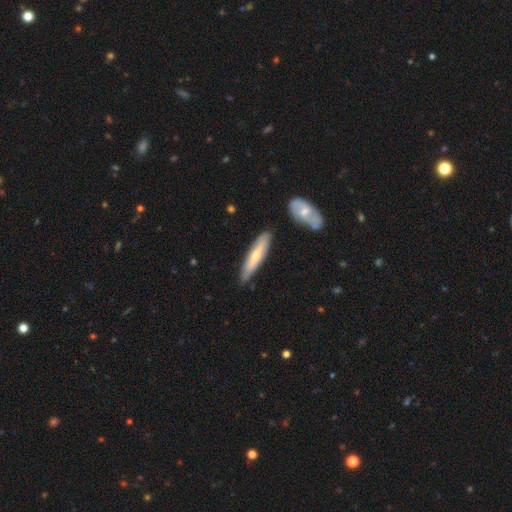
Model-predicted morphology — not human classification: A smooth galaxy with no disk features (54%) that is cigar-shaped (81%). Merging: none (80%).